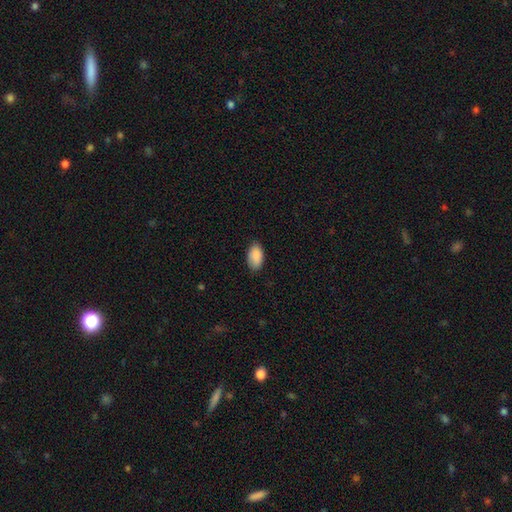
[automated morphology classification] smooth_or_featured: smooth (p=0.90) [alt: star or artifact p=0.06]
how_rounded: in between (p=0.95) [alt: round p=0.03]
merging: none (p=0.82) [alt: minor disturbance p=0.15]